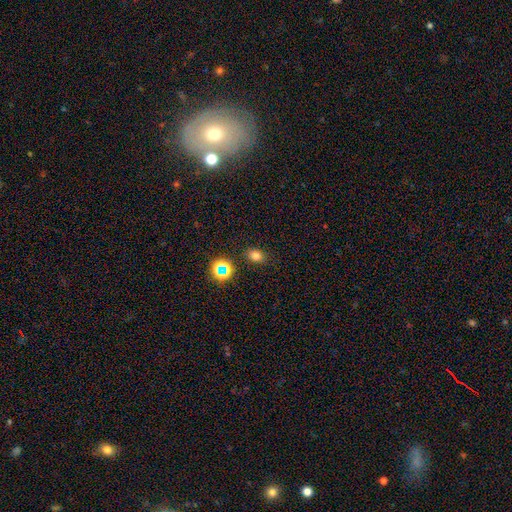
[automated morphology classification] smooth_or_featured: smooth (p=0.75) [alt: star or artifact p=0.19]
how_rounded: in between (p=0.55) [alt: round p=0.44]
merging: none (p=0.86) [alt: minor disturbance p=0.09]